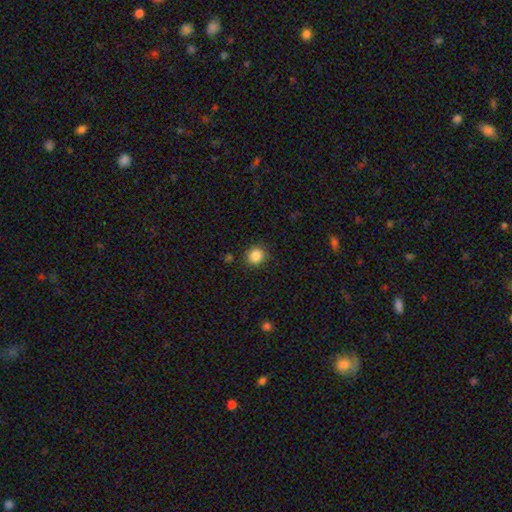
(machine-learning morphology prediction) A smooth galaxy with no disk features (86%) that is round (88%).

Vote fractions:
- Smooth or featured? smooth: 86% / star or artifact: 11% / featured or disk: 4%
- How rounded? round: 88% / in between: 11% / cigar-shaped: 1%
- Merging? none: 87% / minor disturbance: 9% / major disturbance: 3% / merger: 2%